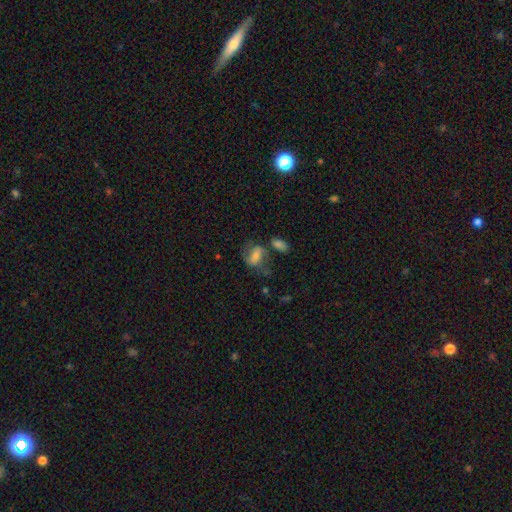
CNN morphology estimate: smooth-or-featured: featured or disk: 45% | smooth: 43% | star or artifact: 12%
  merging: none: 48% | minor disturbance: 20% | merger: 17% | major disturbance: 16%